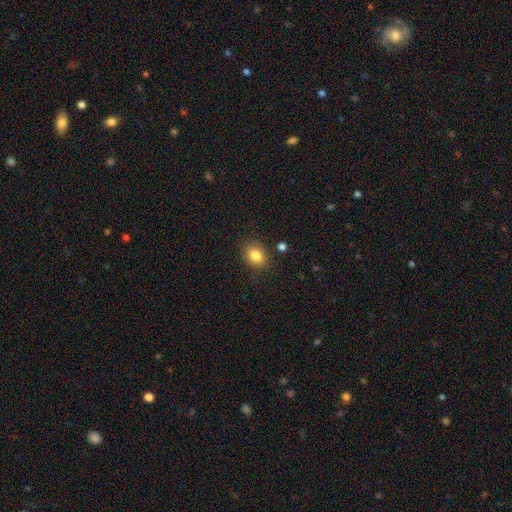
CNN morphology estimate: Q: Smooth or featured?
A: smooth (84%); runner-up: star or artifact (10%)
Q: How rounded?
A: round (54%); runner-up: in between (45%)
Q: Merging?
A: none (83%); runner-up: minor disturbance (11%)